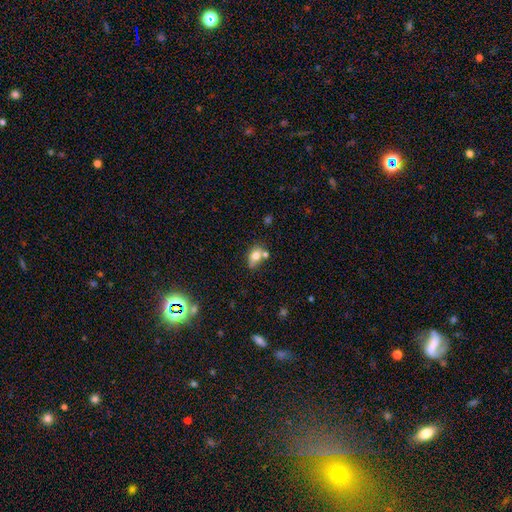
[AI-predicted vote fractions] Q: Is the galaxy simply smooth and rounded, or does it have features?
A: smooth — 75%.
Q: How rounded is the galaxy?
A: in between — 73%.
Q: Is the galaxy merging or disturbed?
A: none — 45%.